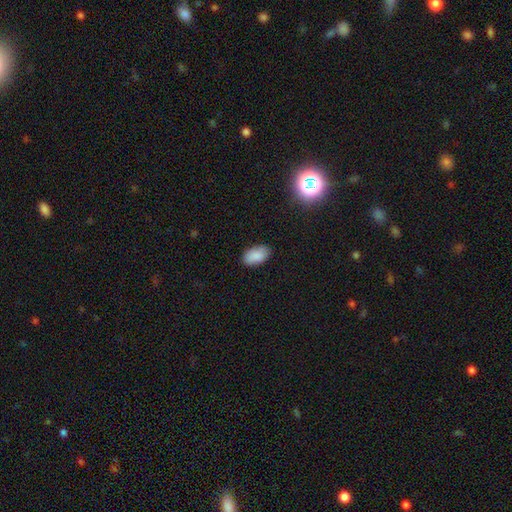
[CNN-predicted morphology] A smooth galaxy with no disk features (87%) that is in between round and cigar-shaped (94%).

Vote fractions:
- Smooth or featured? smooth: 87% / star or artifact: 8% / featured or disk: 5%
- How rounded? in between: 94% / round: 4% / cigar-shaped: 2%
- Merging? none: 85% / minor disturbance: 12% / major disturbance: 2% / merger: 1%